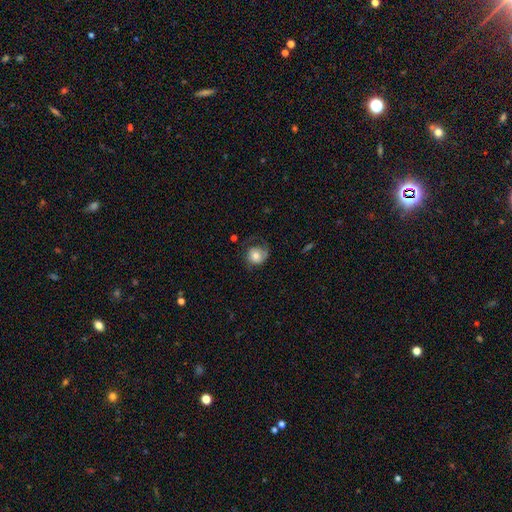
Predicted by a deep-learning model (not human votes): Smooth or featured? smooth (67%)
How rounded? round (77%)
Merging? none (47%)